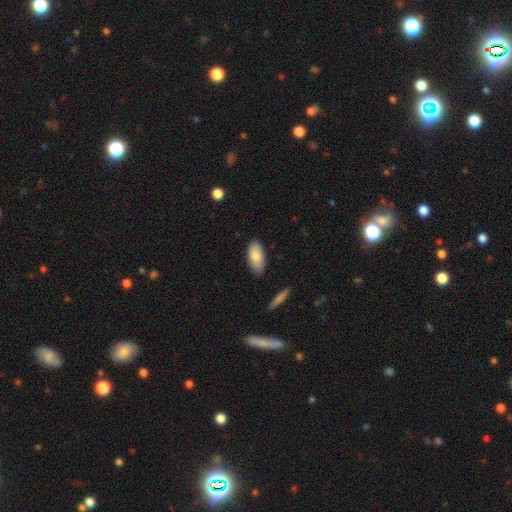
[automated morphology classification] Q: Smooth or featured?
A: smooth (82%); runner-up: featured or disk (12%)
Q: How rounded?
A: in between (91%); runner-up: cigar-shaped (7%)
Q: Merging?
A: none (84%); runner-up: minor disturbance (12%)